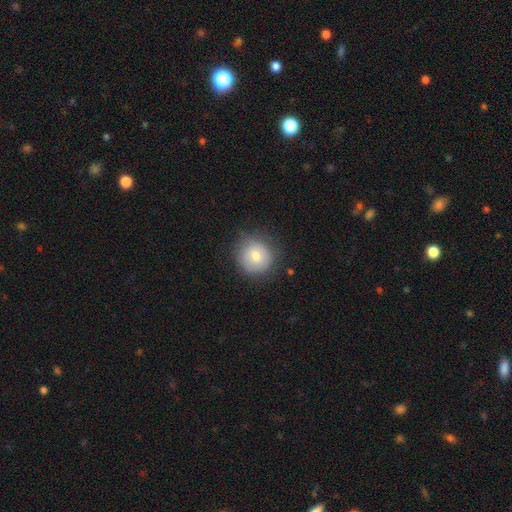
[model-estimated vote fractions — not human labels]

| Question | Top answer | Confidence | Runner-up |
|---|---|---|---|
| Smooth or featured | smooth | 72% | featured or disk (19%) |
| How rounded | round | 90% | in between (9%) |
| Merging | none | 75% | minor disturbance (18%) |